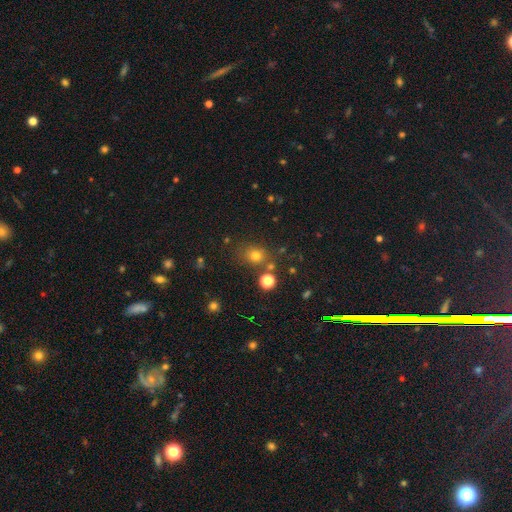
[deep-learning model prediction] Morphology: type=smooth (72%); roundness=round (74%); merging=none (74%).